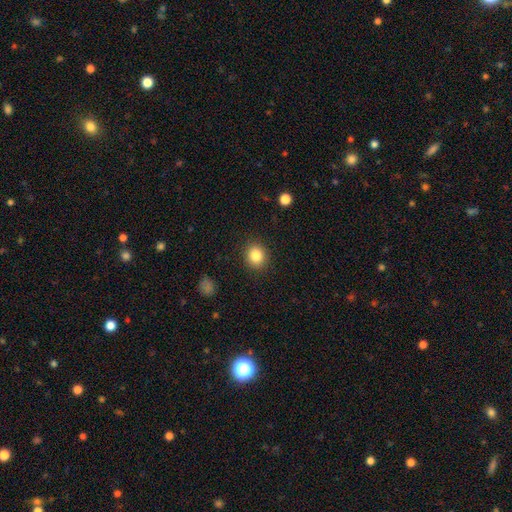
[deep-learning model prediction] This is clearly a smooth galaxy (85%). How rounded: likely round (80%). Merging: clearly none (90%).